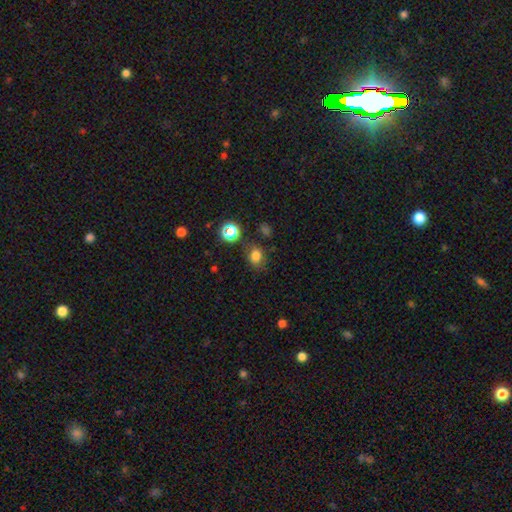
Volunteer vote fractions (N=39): Overall: smooth (85%). How rounded: round (61%; in between 39%). Merging: none (80%).